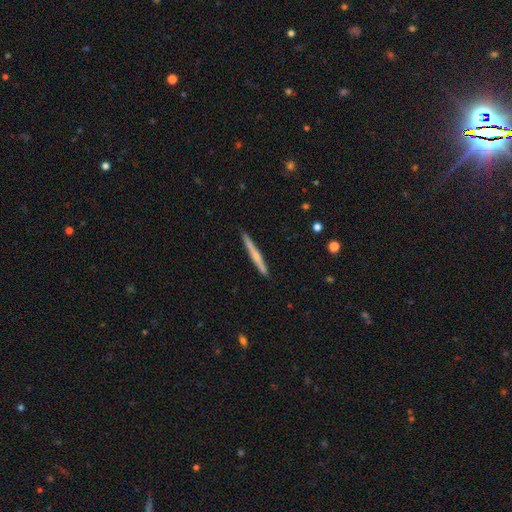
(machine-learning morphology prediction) Smooth or featured? featured or disk (53%)
Edge-on disk? yes (97%)
Edge-on bulge? rounded (52%)
Merging? none (90%)